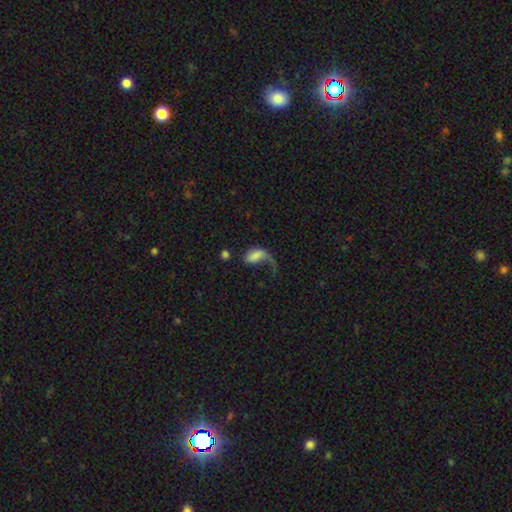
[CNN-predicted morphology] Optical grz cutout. It shows a smooth galaxy with no disk features (53%) that is in between round and cigar-shaped (87%). Merging: major disturbance (58%).